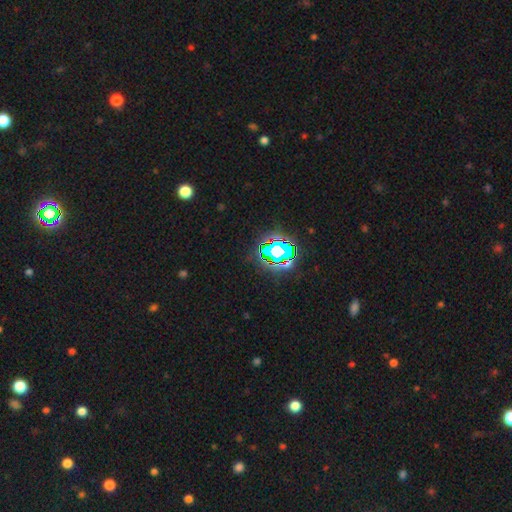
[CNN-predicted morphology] smooth-or-featured: star or artifact: 80% | smooth: 13% | featured or disk: 7%